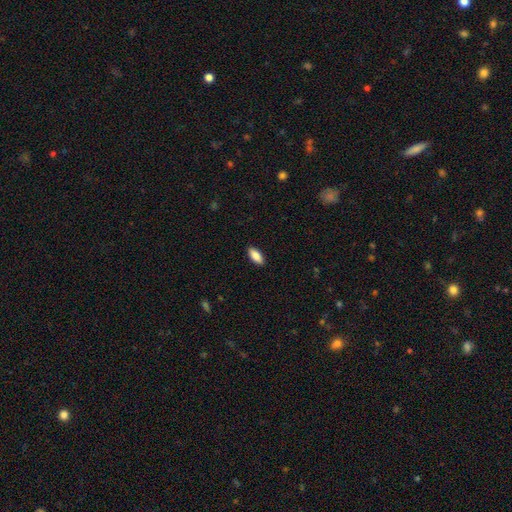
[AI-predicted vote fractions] smooth 86%, featured or disk 8%, star or artifact 6%. Down the decision tree: how rounded — in between (83%); merging — none (90%).